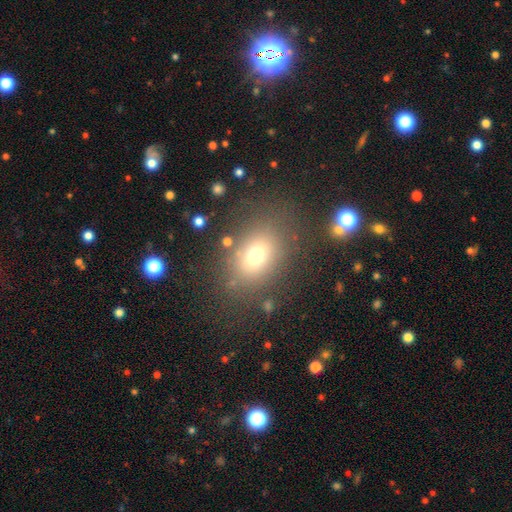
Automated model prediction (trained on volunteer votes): This is likely a smooth galaxy (69%). How rounded: likely in between (65%). Merging: likely none (77%).